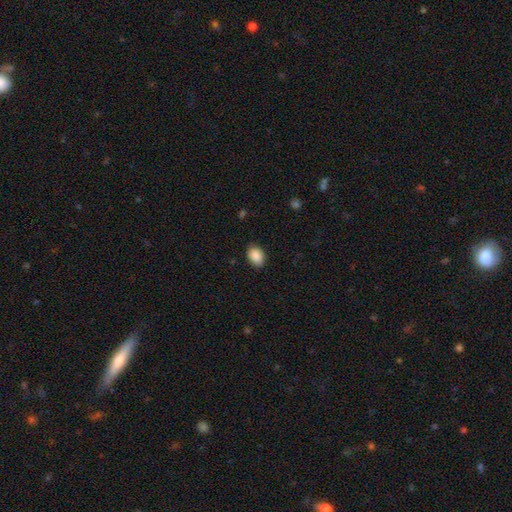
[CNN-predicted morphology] Smooth or featured? smooth (90%)
How rounded? in between (76%)
Merging? none (86%)